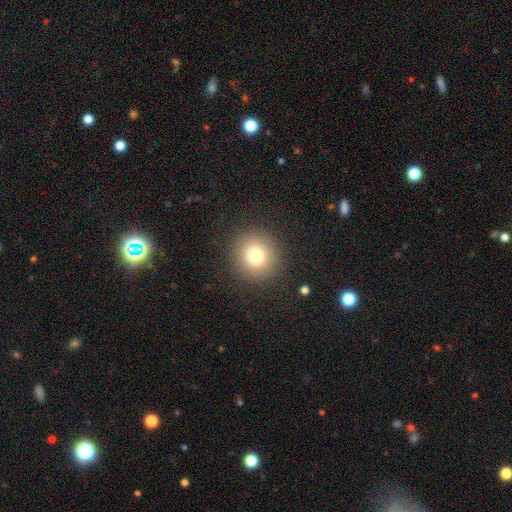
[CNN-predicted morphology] The model was most divided on "smooth or featured": smooth: 76%, star or artifact: 13%, featured or disk: 10%. More confident: how rounded — round (94%); merging — none (90%).